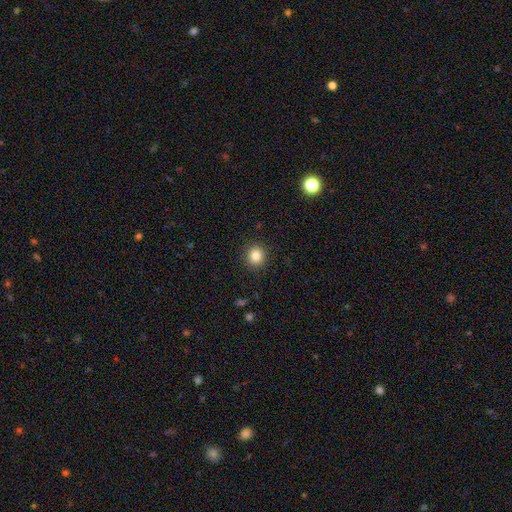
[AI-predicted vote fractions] smooth 84%, star or artifact 11%, featured or disk 5%. Down the decision tree: how rounded — round (88%); merging — none (91%).